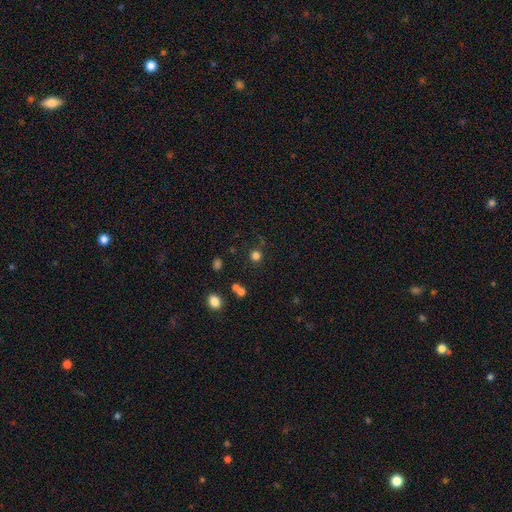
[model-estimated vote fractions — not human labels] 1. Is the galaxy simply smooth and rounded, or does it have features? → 77% smooth, 18% star or artifact, 5% featured or disk.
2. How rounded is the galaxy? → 92% round, 7% in between, 1% cigar-shaped.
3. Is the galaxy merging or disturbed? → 81% none, 8% minor disturbance, 7% merger, 4% major disturbance.